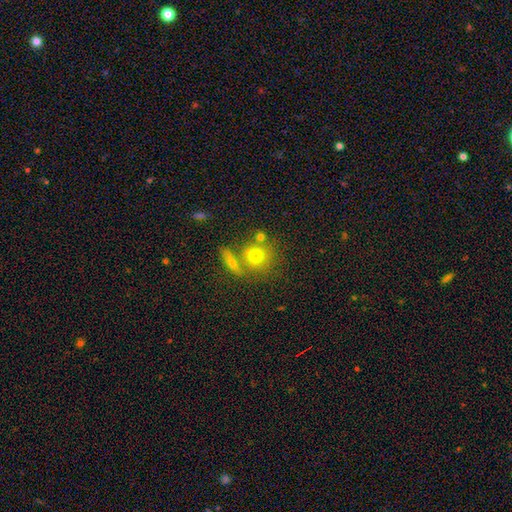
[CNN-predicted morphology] The model was most divided on "merging": none: 60%, merger: 26%, minor disturbance: 10%, major disturbance: 4%. More confident: how rounded — round (85%); smooth or featured — smooth (71%).